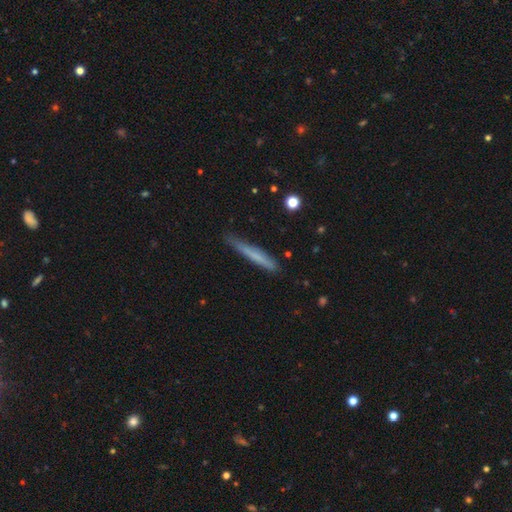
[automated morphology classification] This appears to be a smooth galaxy with no disk features (64%) that is cigar-shaped (96%). Merging: none (80%).